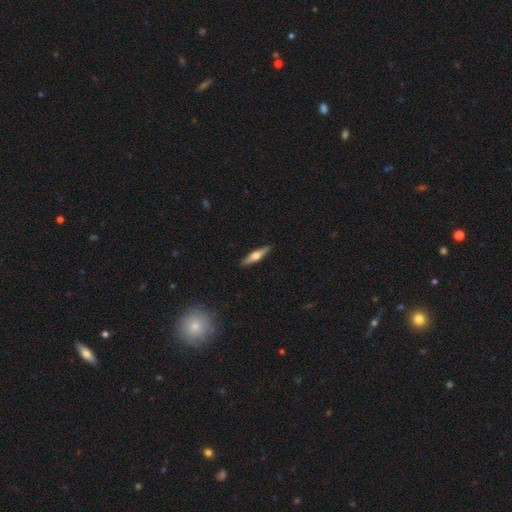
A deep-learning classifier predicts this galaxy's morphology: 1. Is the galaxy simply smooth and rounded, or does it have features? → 56% featured or disk, 39% smooth, 5% star or artifact.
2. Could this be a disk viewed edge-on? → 95% yes, 5% no.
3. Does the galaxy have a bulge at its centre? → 93% rounded, 4% boxy, 3% none.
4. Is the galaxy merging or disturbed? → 91% none, 7% minor disturbance, 2% major disturbance, 1% merger.